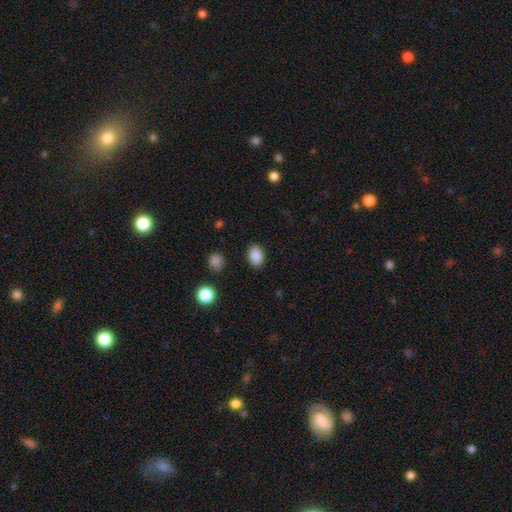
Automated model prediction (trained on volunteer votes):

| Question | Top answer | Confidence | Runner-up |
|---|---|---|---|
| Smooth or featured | smooth | 88% | star or artifact (9%) |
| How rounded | in between | 77% | round (22%) |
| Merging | none | 87% | minor disturbance (9%) |